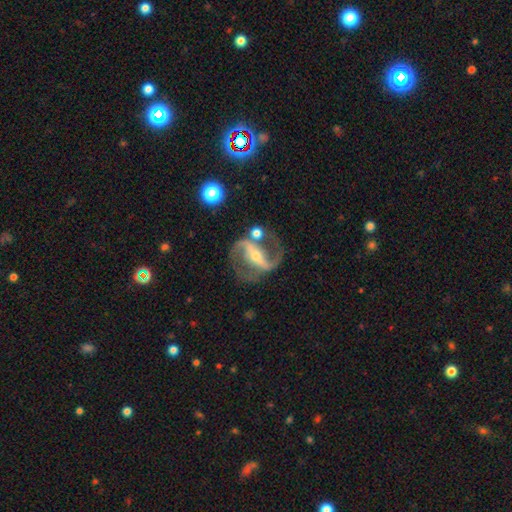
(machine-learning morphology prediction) Smooth or featured? Predicted: featured or disk (p=0.90). Edge-on disk? Predicted: no (p=0.96). Bar? Predicted: strong (p=0.68). Spiral arms? Predicted: yes (p=0.96). Spiral winding? Predicted: medium (p=0.53). Spiral arm count? Predicted: 2 (p=0.93). Bulge size? Predicted: small (p=0.59). Merging? Predicted: none (p=0.70).